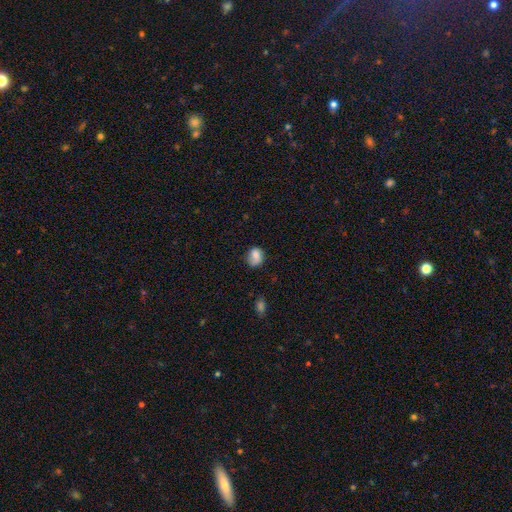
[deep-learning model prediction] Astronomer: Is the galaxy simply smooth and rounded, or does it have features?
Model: smooth — 75%.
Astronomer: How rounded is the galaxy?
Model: round — 52% (runner-up: in between, 47%).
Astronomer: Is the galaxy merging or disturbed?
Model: none — 58%.